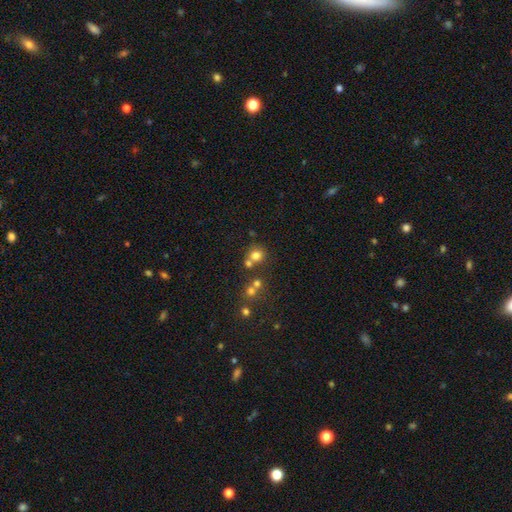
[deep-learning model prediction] Q: Smooth or featured?
A: smooth (73%); runner-up: star or artifact (16%)
Q: How rounded?
A: round (83%); runner-up: in between (16%)
Q: Merging?
A: none (57%); runner-up: merger (29%)